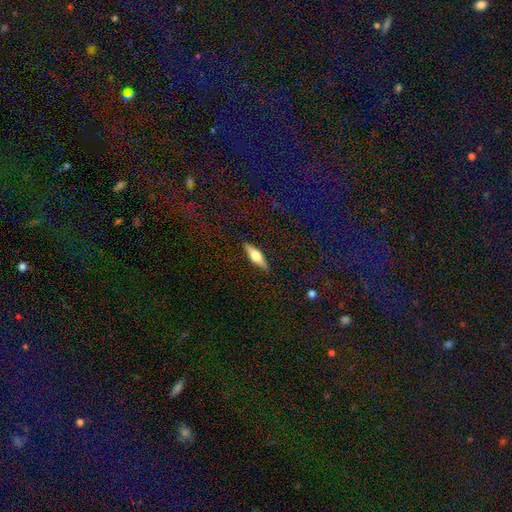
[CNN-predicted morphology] The model was most divided on "smooth or featured": featured or disk: 53%, smooth: 41%, star or artifact: 6%. More confident: edge-on disk — yes (94%); edge-on bulge — rounded (90%); merging — none (88%).